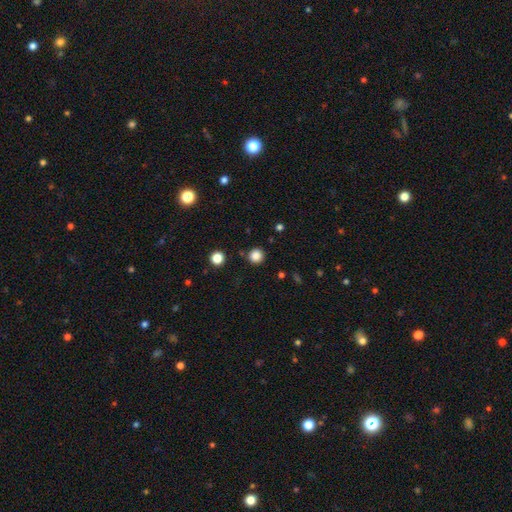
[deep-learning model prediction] smooth 85%, star or artifact 12%, featured or disk 3%. Down the decision tree: how rounded — round (95%); merging — none (89%).